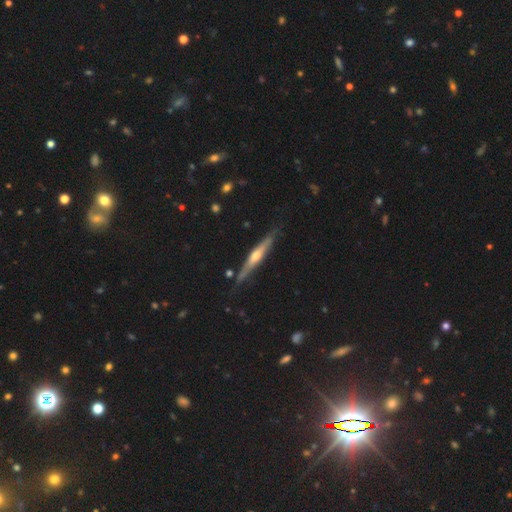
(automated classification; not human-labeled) A featured or disk galaxy (71%) viewed edge-on (96%) with a rounded central bulge (80%).

Vote fractions:
- Smooth or featured? featured or disk: 71% / smooth: 23% / star or artifact: 6%
- Edge-on disk? yes: 96% / no: 4%
- Edge-on bulge? rounded: 80% / none: 13% / boxy: 7%
- Merging? none: 82% / minor disturbance: 13% / major disturbance: 2% / merger: 2%